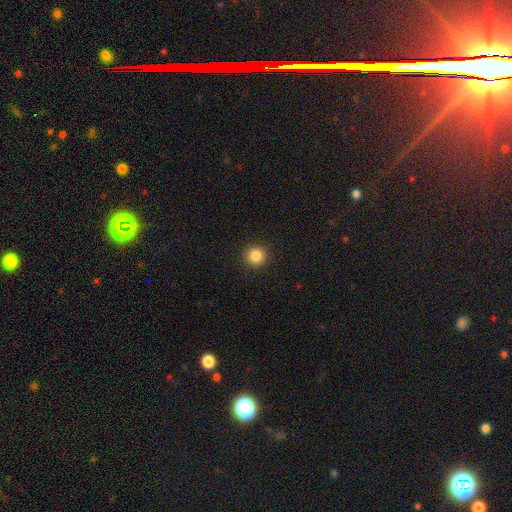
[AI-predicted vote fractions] This is clearly a smooth galaxy (86%). How rounded: clearly round (95%). Merging: clearly none (93%).